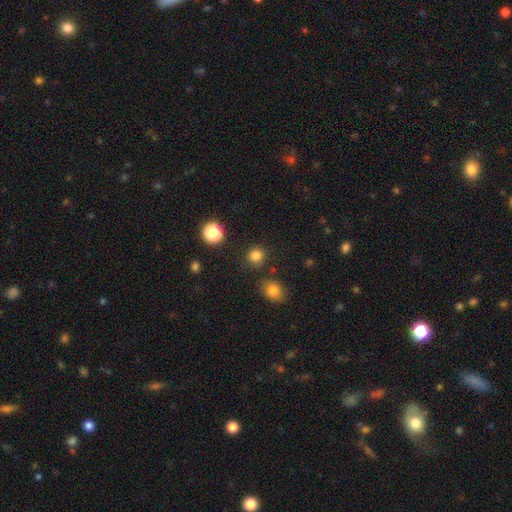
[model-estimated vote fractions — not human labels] This is clearly a smooth galaxy (82%). How rounded: clearly round (88%). Merging: clearly none (85%).